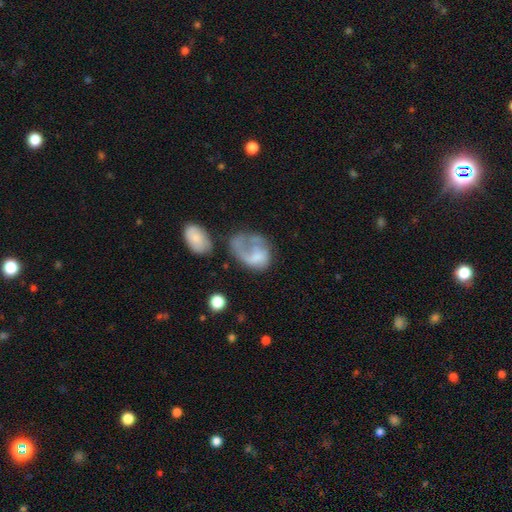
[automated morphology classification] type=featured or disk (49%); merging=major disturbance (48%).